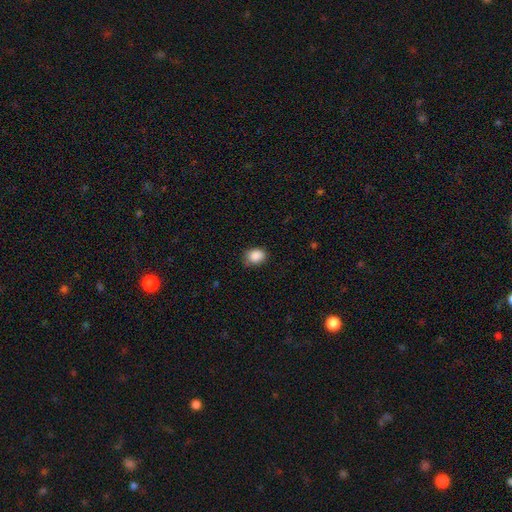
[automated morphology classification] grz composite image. It shows a smooth galaxy with no disk features (88%) that is in between round and cigar-shaped (59%). Merging: none (75%).